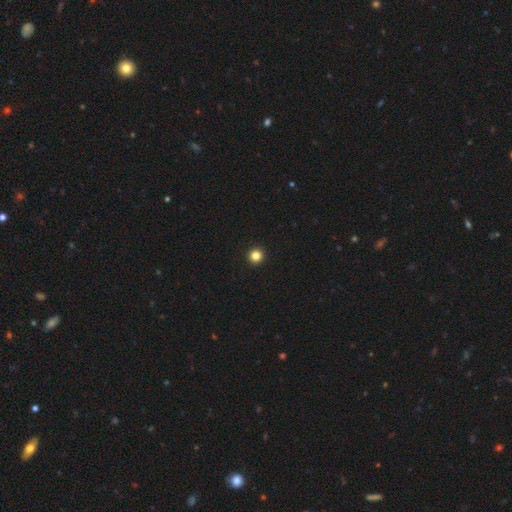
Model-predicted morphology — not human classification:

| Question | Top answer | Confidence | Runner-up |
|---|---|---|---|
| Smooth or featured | smooth | 85% | star or artifact (12%) |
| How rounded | round | 96% | in between (3%) |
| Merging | none | 95% | minor disturbance (3%) |